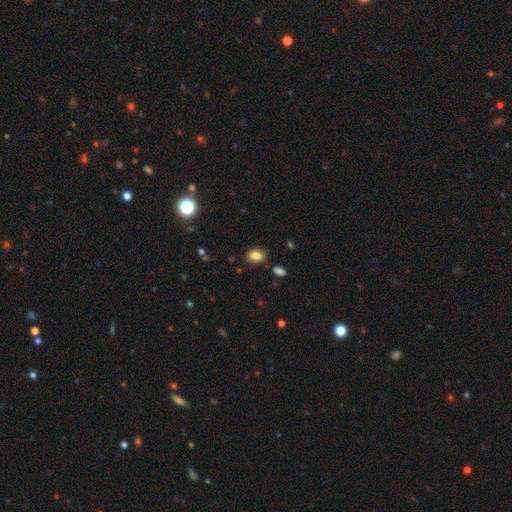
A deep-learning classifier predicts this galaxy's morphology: A smooth galaxy with no disk features (84%) that is in between round and cigar-shaped (77%).

Vote fractions:
- Smooth or featured? smooth: 84% / star or artifact: 10% / featured or disk: 6%
- How rounded? in between: 77% / round: 22% / cigar-shaped: 1%
- Merging? none: 83% / minor disturbance: 11% / merger: 3% / major disturbance: 3%